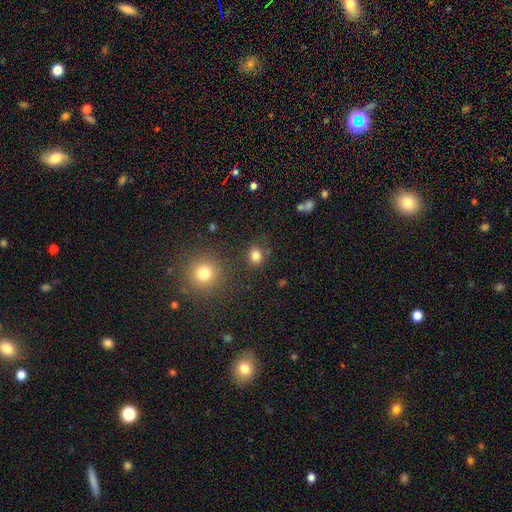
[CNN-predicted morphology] Smooth or featured: smooth — 81% (star or artifact — 15%)
How rounded: round — 77% (in between — 22%)
Merging: none — 79% (minor disturbance — 11%)